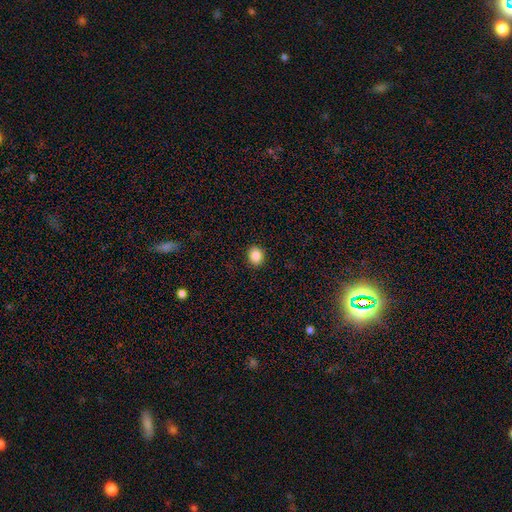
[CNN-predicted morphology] type=smooth (87%); roundness=round (69%); merging=none (91%).